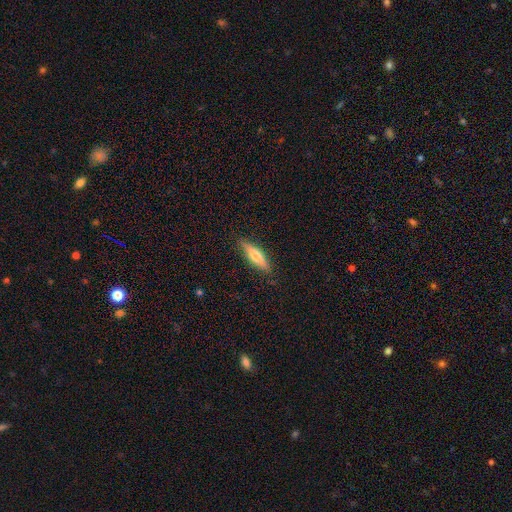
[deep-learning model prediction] Q: Smooth or featured?
A: smooth (58%); runner-up: featured or disk (36%)
Q: How rounded?
A: cigar-shaped (69%); runner-up: in between (29%)
Q: Merging?
A: none (86%); runner-up: minor disturbance (10%)